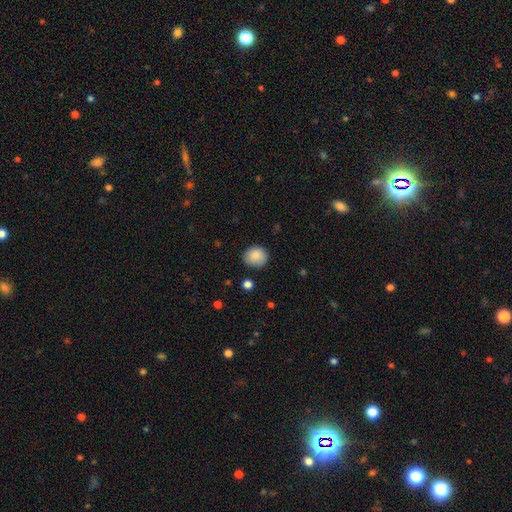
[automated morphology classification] Smooth or featured: smooth — 87% (star or artifact — 8%)
How rounded: round — 77% (in between — 22%)
Merging: none — 83% (minor disturbance — 12%)